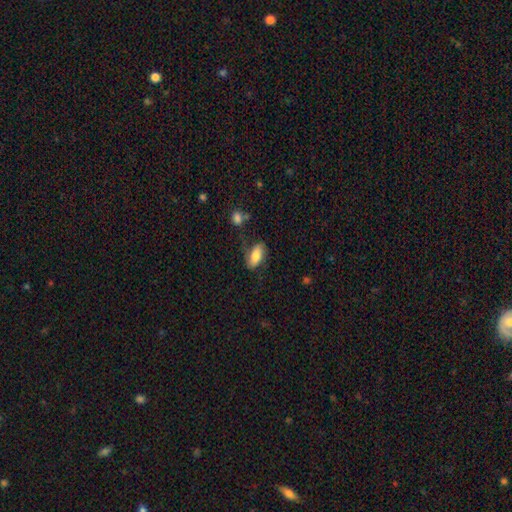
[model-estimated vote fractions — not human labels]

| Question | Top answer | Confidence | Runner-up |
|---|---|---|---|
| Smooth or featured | smooth | 71% | featured or disk (22%) |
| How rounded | in between | 88% | cigar-shaped (8%) |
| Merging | none | 58% | minor disturbance (25%) |